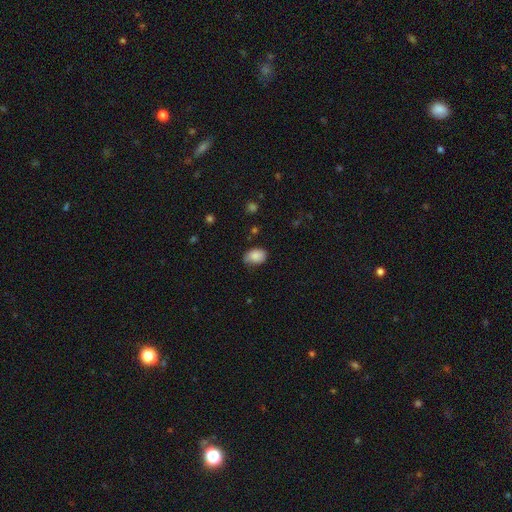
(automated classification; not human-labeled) A smooth galaxy with no disk features (85%) that is in between round and cigar-shaped (80%).

Vote fractions:
- Smooth or featured? smooth: 85% / star or artifact: 8% / featured or disk: 7%
- How rounded? in between: 80% / round: 18% / cigar-shaped: 1%
- Merging? none: 60% / minor disturbance: 32% / major disturbance: 7% / merger: 2%